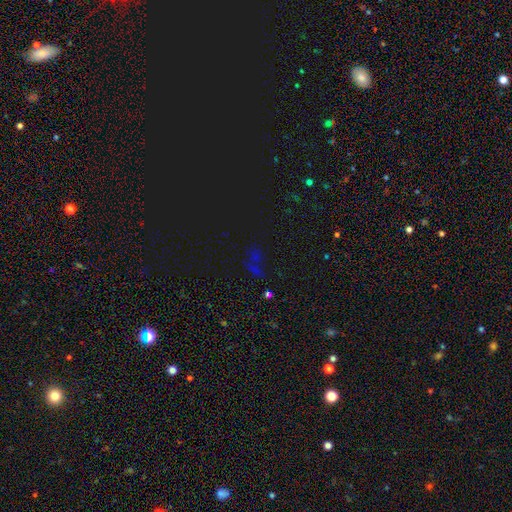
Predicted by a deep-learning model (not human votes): smooth-or-featured: star or artifact: 70% | smooth: 22% | featured or disk: 8%